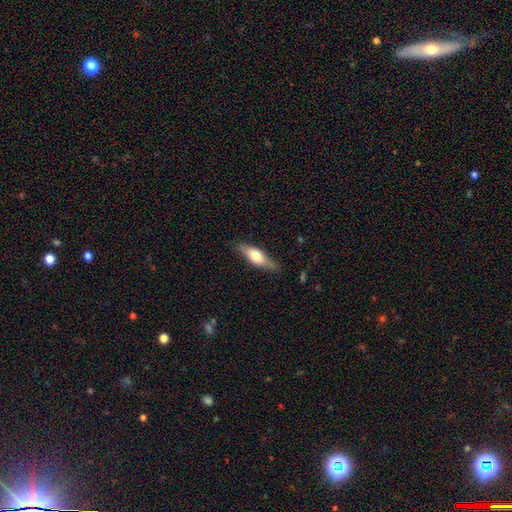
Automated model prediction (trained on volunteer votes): Smooth or featured? smooth (53%)
How rounded? cigar-shaped (52%)
Merging? none (79%)